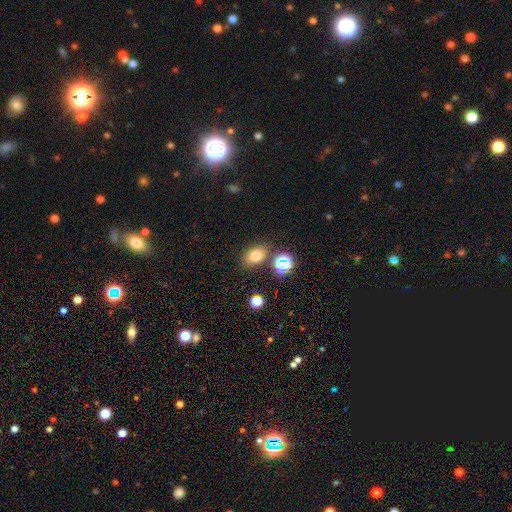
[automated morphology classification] smooth_or_featured: smooth (p=0.75) [alt: star or artifact p=0.17]
how_rounded: in between (p=0.73) [alt: round p=0.26]
merging: none (p=0.77) [alt: minor disturbance p=0.11]